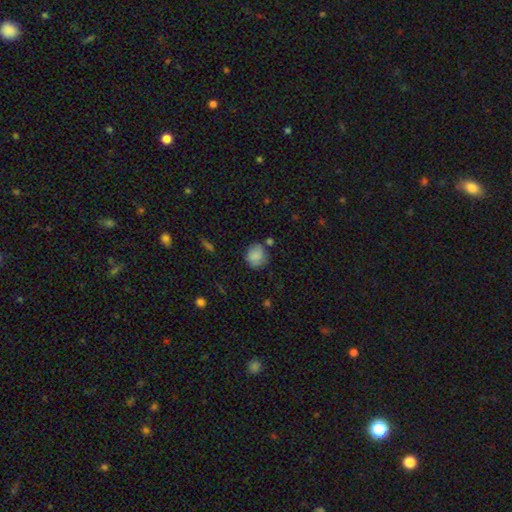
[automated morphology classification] Smooth or featured: smooth — 84% (star or artifact — 8%)
How rounded: round — 77% (in between — 22%)
Merging: none — 73% (minor disturbance — 17%)